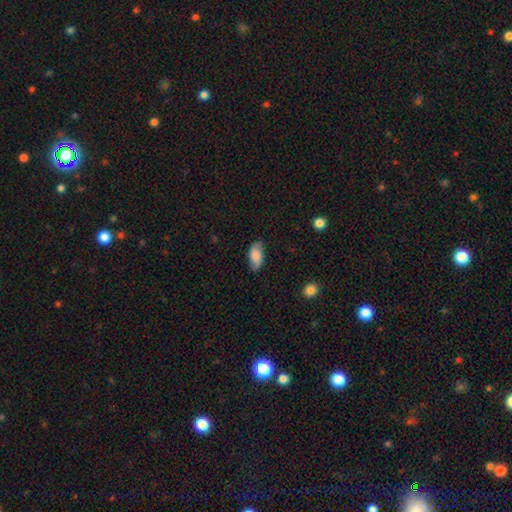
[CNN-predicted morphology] smooth_or_featured: smooth (p=0.67) [alt: featured or disk p=0.25]
how_rounded: in between (p=0.91) [alt: cigar-shaped p=0.05]
merging: none (p=0.74) [alt: minor disturbance p=0.20]